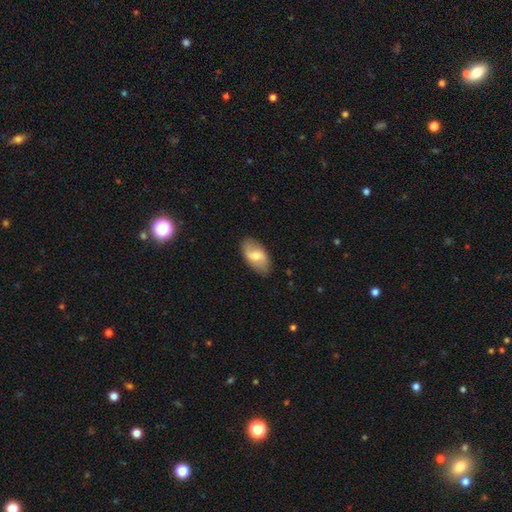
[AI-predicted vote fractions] smooth 55%, featured or disk 39%, star or artifact 6%. Down the decision tree: how rounded — in between (93%); merging — none (84%).